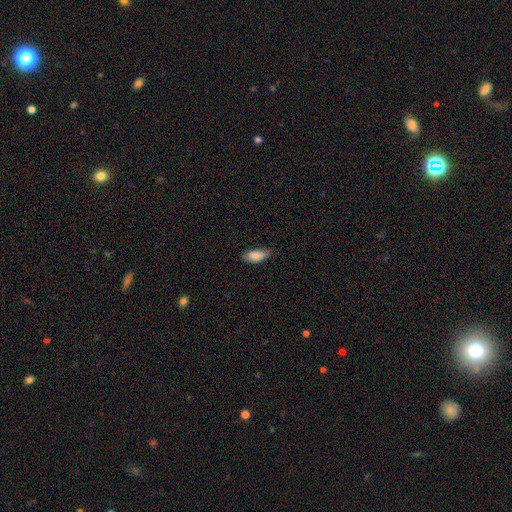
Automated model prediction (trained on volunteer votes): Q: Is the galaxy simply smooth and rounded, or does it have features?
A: smooth — 84%.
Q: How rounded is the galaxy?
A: in between — 87%.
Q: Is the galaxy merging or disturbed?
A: none — 62%.